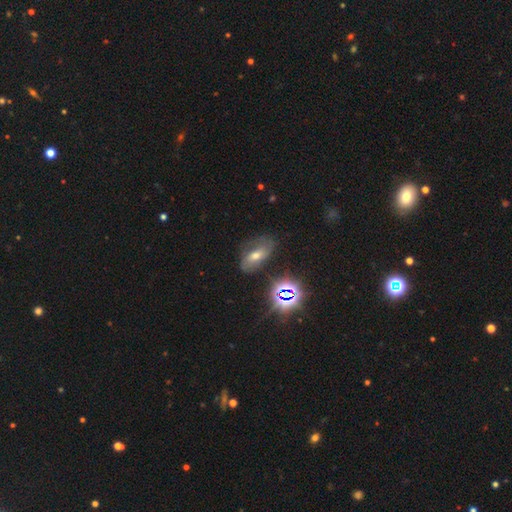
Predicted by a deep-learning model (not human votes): Smooth or featured? Predicted: featured or disk (p=0.41). Merging? Predicted: none (p=0.65).